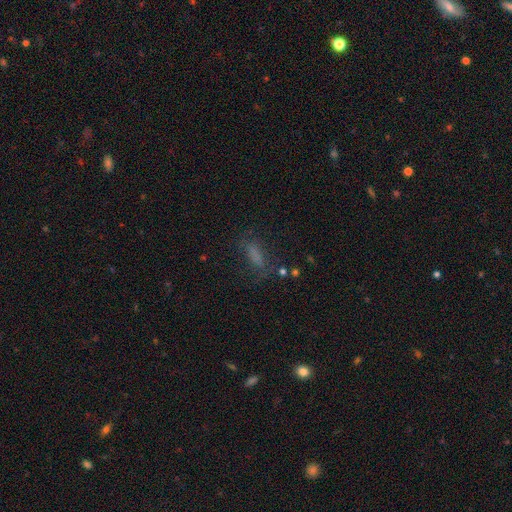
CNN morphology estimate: Smooth or featured: smooth — 62% (star or artifact — 20%)
How rounded: cigar-shaped — 52% (in between — 44%)
Merging: none — 61% (minor disturbance — 20%)